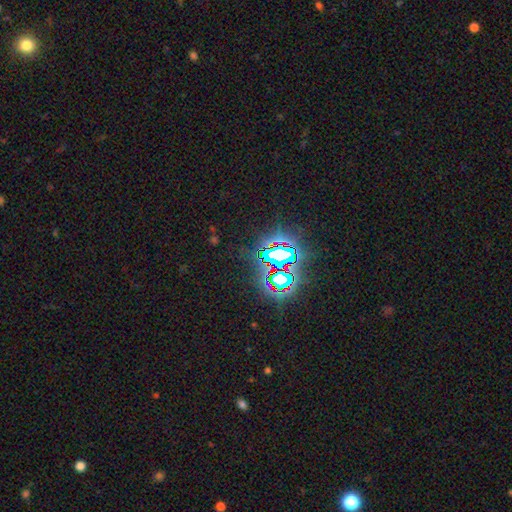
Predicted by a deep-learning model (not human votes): A star or artifact, not a galaxy (79%).